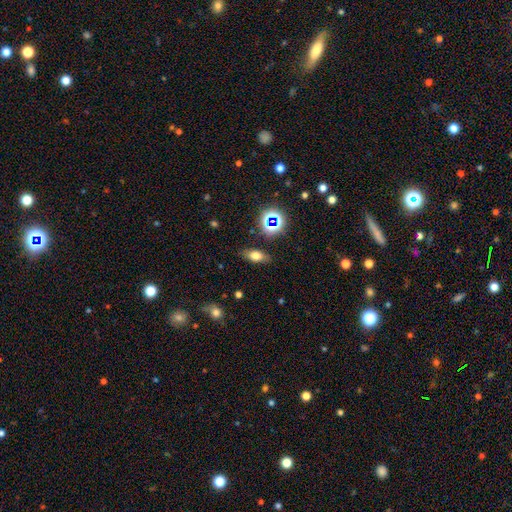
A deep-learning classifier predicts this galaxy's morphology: Smooth or featured? Predicted: smooth (p=0.66). How rounded? Predicted: in between (p=0.76). Merging? Predicted: none (p=0.84).